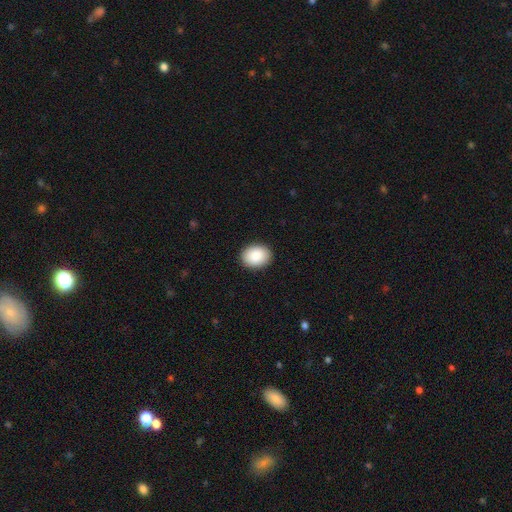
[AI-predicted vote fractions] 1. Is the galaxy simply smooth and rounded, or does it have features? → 90% smooth, 6% star or artifact, 3% featured or disk.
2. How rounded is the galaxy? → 65% in between, 34% round, 1% cigar-shaped.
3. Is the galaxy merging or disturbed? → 90% none, 7% minor disturbance, 2% major disturbance, 1% merger.